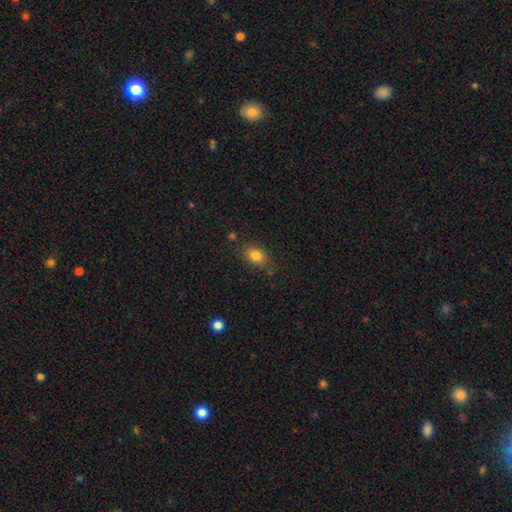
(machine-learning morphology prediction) Smooth or featured?
  - smooth: 82% *
  - star or artifact: 10%
  - featured or disk: 7%
How rounded?
  - in between: 70% *
  - round: 28%
  - cigar-shaped: 1%
Merging?
  - none: 78% *
  - minor disturbance: 15%
  - major disturbance: 4%
  - merger: 3%